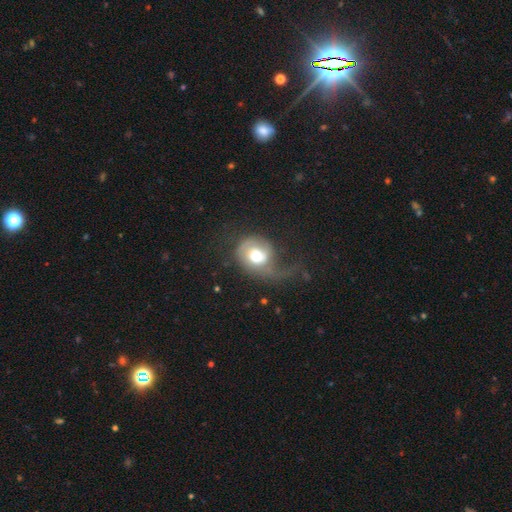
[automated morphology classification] A featured or disk galaxy (47%). Merging: major disturbance (49%).